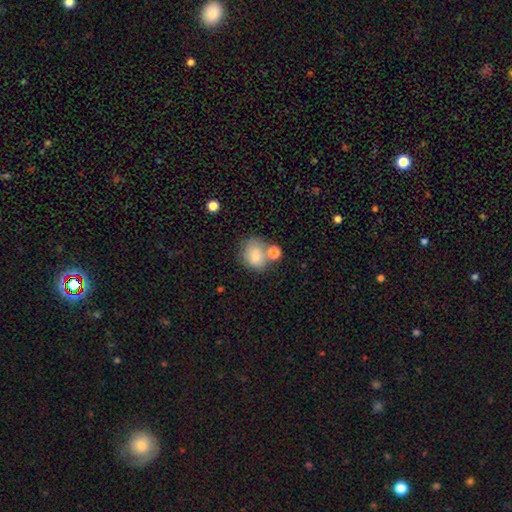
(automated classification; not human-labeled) Morphology: type=smooth (77%); roundness=round (62%); merging=none (48%).